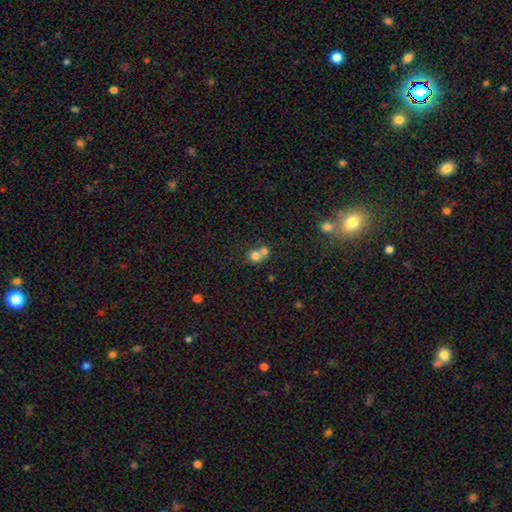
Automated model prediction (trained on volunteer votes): The model was most divided on "merging": merger: 58%, none: 34%, minor disturbance: 6%, major disturbance: 3%. More confident: how rounded — round (83%); smooth or featured — smooth (75%).